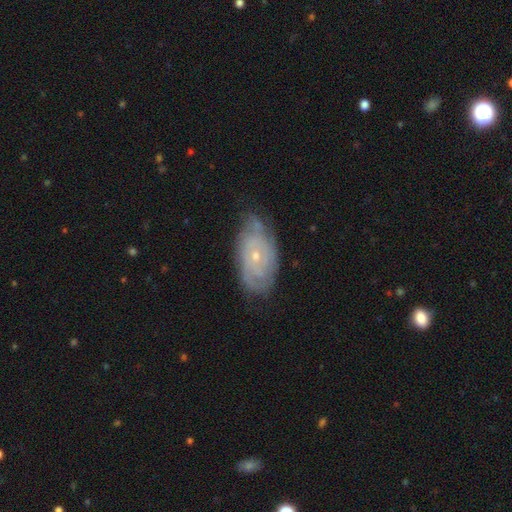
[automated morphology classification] This appears to be a featured or disk galaxy (75%) with no bar (79%), tight (71%) spiral arms (88%) and a small central bulge (75%). Merging: none (72%).